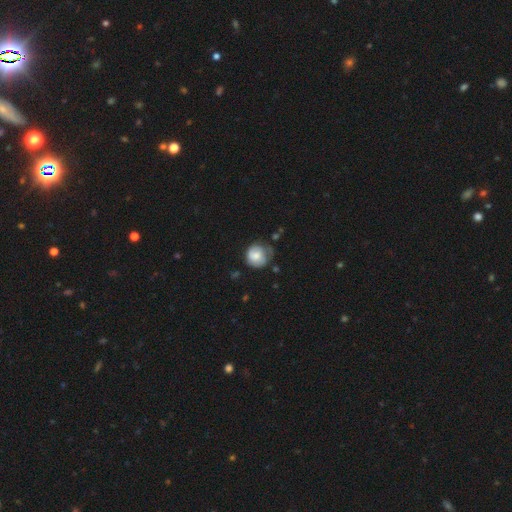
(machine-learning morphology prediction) This is likely a smooth galaxy (64%). How rounded: clearly round (87%). Merging: possibly none (52%).